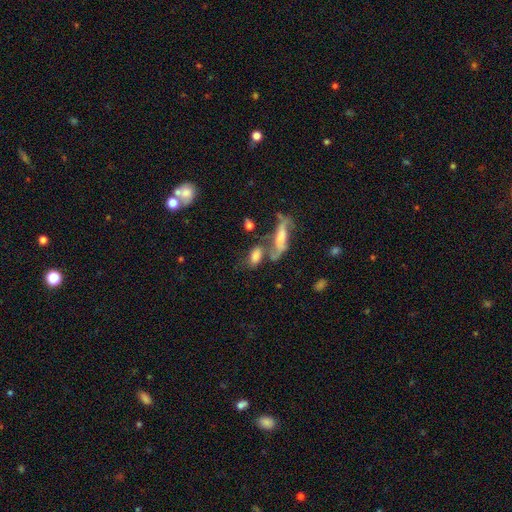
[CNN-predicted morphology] The model was most divided on "merging": merger: 37%, none: 36%, minor disturbance: 16%, major disturbance: 12%. More confident: how rounded — in between (79%); smooth or featured — smooth (67%).